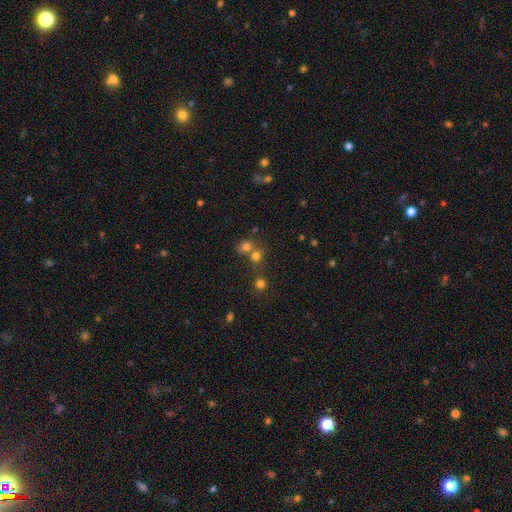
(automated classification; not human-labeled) Smooth or featured? Predicted: smooth (p=0.70). How rounded? Predicted: round (p=0.75). Merging? Predicted: none (p=0.46).